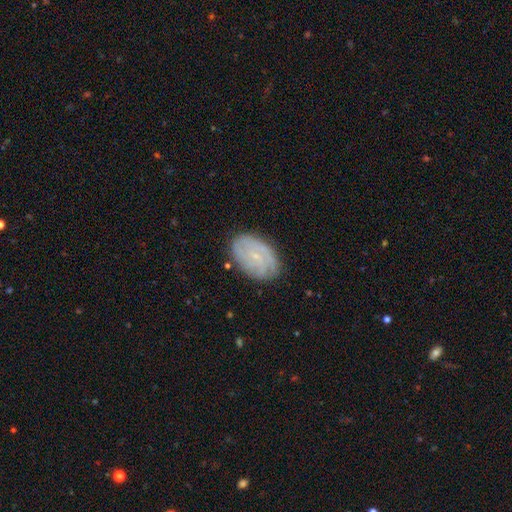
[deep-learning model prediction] This appears to be a featured or disk galaxy (67%) with no bar (65%), tight (65%) spiral arms (87%) and a small central bulge (80%). Merging: none (79%).